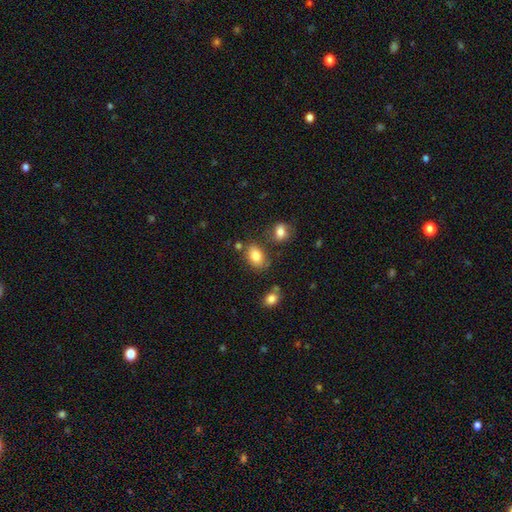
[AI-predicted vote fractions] This appears to be a smooth galaxy with no disk features (83%) that is in between round and cigar-shaped (84%). Merging: none (71%).